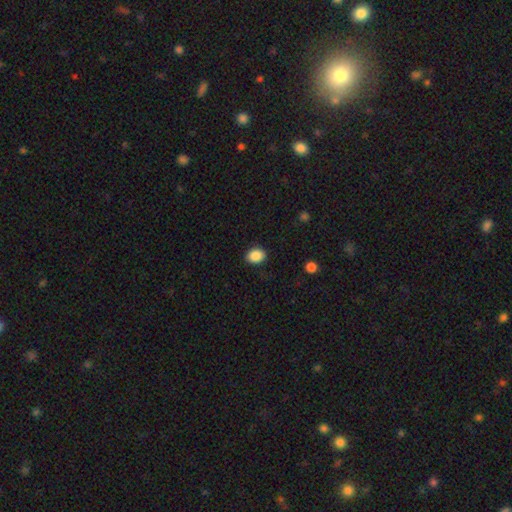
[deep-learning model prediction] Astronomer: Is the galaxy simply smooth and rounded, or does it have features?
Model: smooth — 89%.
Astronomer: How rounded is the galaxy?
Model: in between — 60% (runner-up: round, 39%).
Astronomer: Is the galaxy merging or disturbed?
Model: none — 87%.